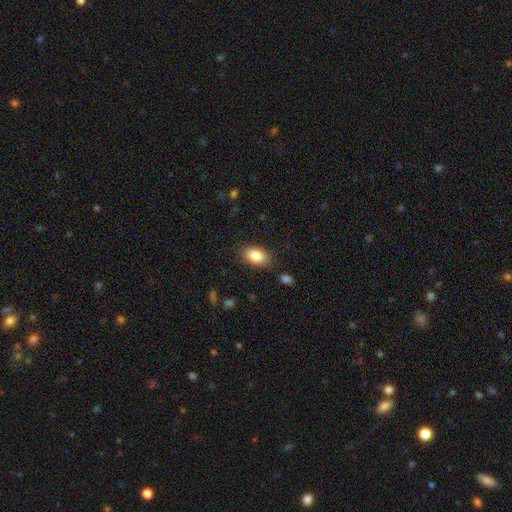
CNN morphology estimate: smooth_or_featured: smooth (p=0.85) [alt: featured or disk p=0.08]
how_rounded: in between (p=0.91) [alt: round p=0.06]
merging: none (p=0.85) [alt: minor disturbance p=0.10]